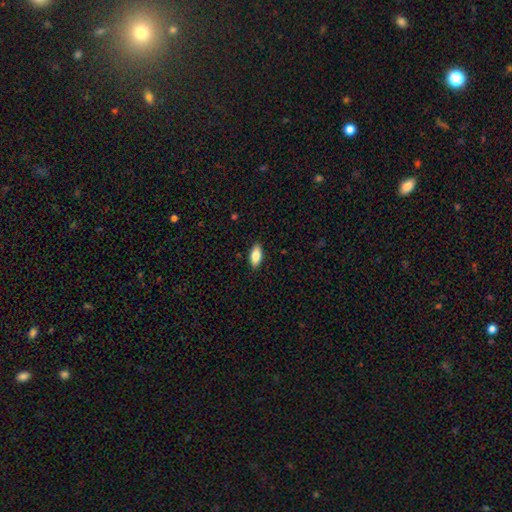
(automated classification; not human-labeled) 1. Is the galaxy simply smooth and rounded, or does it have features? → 81% smooth, 12% featured or disk, 7% star or artifact.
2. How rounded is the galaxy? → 86% in between, 12% cigar-shaped, 2% round.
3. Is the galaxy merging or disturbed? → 89% none, 8% minor disturbance, 2% major disturbance, 1% merger.